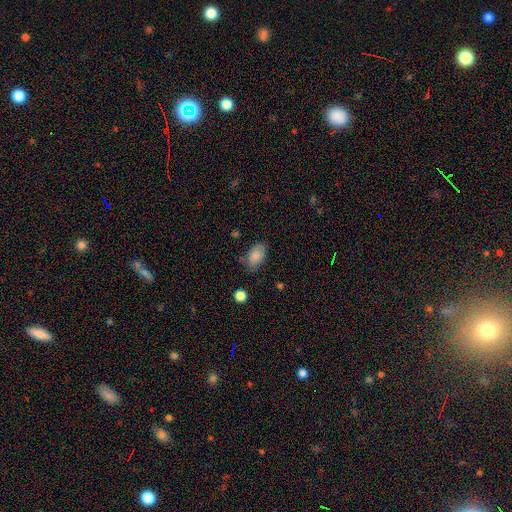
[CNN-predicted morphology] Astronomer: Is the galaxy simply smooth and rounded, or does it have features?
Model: smooth — 85%.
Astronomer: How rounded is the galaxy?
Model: in between — 89%.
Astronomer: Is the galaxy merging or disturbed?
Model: none — 71%.